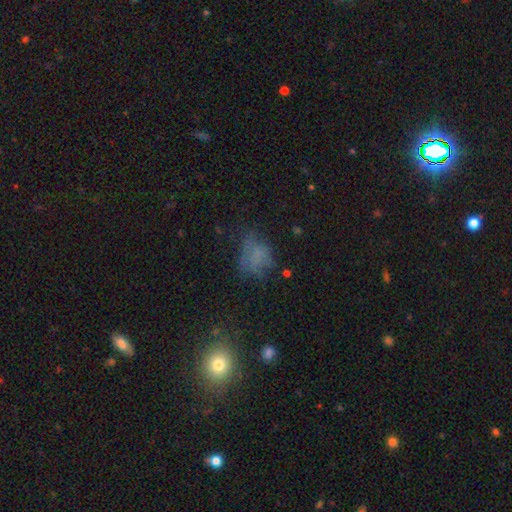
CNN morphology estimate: Smooth or featured? smooth (55%)
How rounded? in between (59%)
Merging? none (42%)